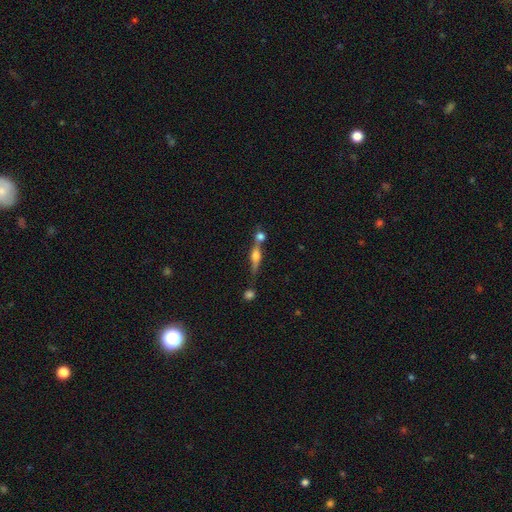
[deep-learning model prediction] Smooth or featured? featured or disk (60%)
Edge-on disk? yes (91%)
Edge-on bulge? rounded (91%)
Merging? none (52%)